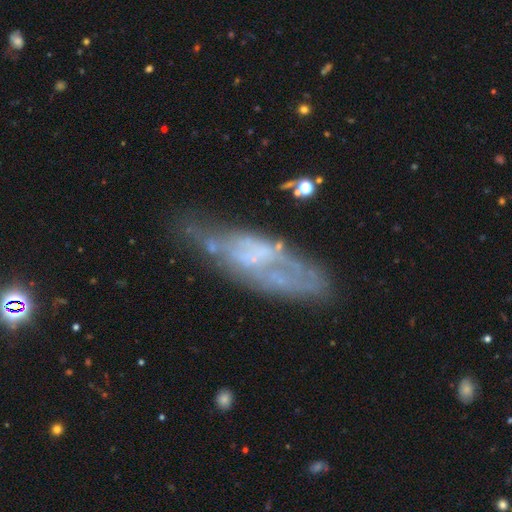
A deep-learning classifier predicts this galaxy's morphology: featured or disk 64%, smooth 26%, star or artifact 10%. Down the decision tree: edge-on disk — no (76%); merging — none (47%).